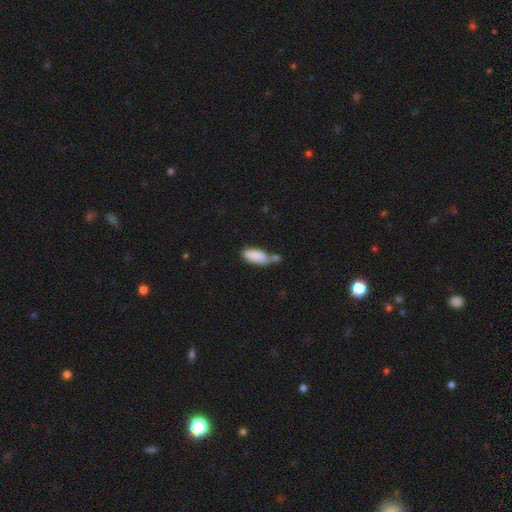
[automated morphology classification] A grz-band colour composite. It shows a smooth galaxy with no disk features (86%) that is in between round and cigar-shaped (74%). Merging: none (39%).